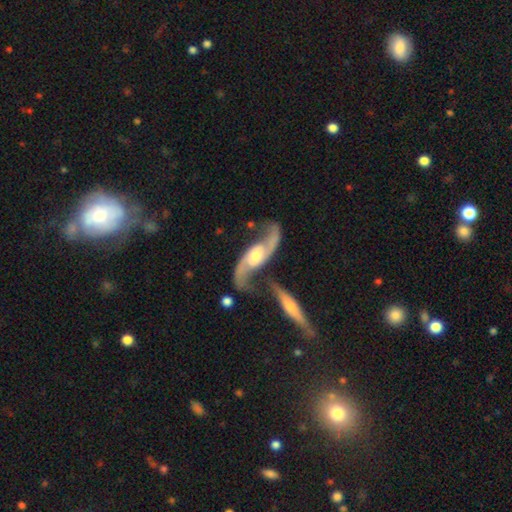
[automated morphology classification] Smooth or featured: featured or disk — 90% (smooth — 6%)
Edge-on disk: no — 91% (yes — 9%)
Bar: no — 50% (weak — 35%)
Spiral arms: yes — 97% (no — 3%)
Spiral winding: loose — 70% (medium — 24%)
Spiral arm count: 2 — 93% (can't tell — 2%)
Bulge size: moderate — 60% (small — 25%)
Merging: none — 46% (merger — 30%)